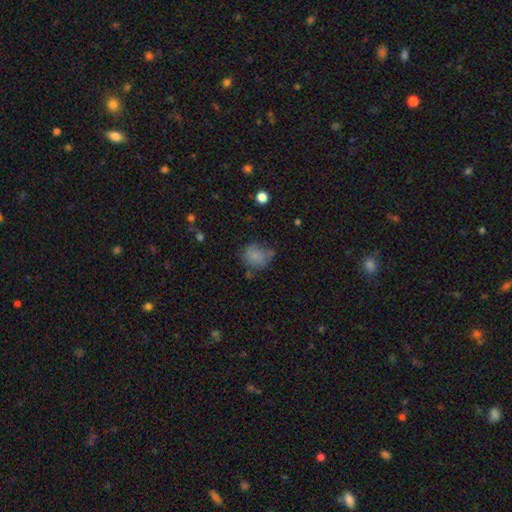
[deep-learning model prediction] smooth_or_featured: smooth (p=0.75) [alt: featured or disk p=0.13]
how_rounded: round (p=0.67) [alt: in between p=0.32]
merging: none (p=0.48) [alt: minor disturbance p=0.28]